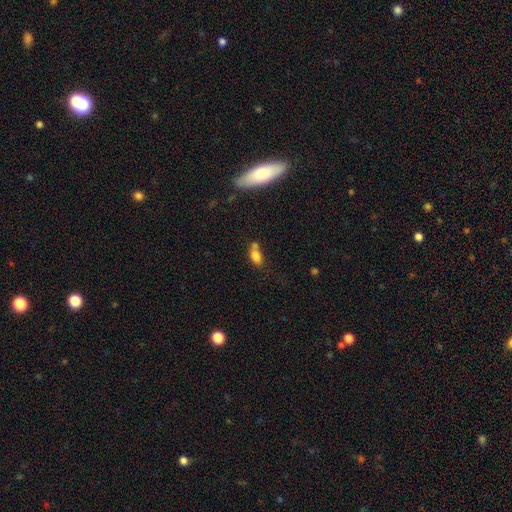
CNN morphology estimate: type=smooth (78%); roundness=in between (84%); merging=none (40%).